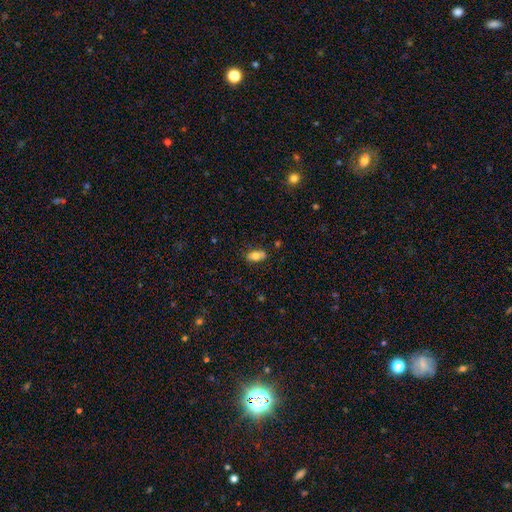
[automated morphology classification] Smooth or featured? Predicted: smooth (p=0.77). How rounded? Predicted: in between (p=0.87). Merging? Predicted: none (p=0.68).